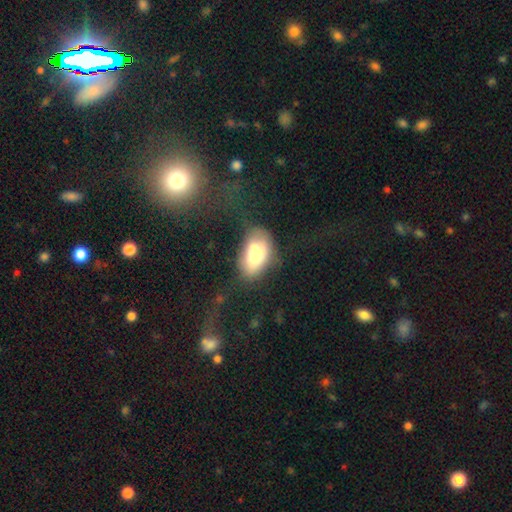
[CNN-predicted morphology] Smooth or featured? Predicted: smooth (p=0.69). How rounded? Predicted: in between (p=0.89). Merging? Predicted: none (p=0.41).